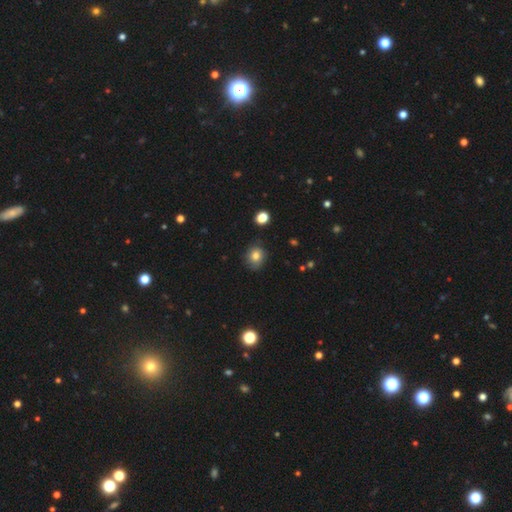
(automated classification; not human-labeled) Smooth or featured?
  - smooth: 79% *
  - star or artifact: 12%
  - featured or disk: 9%
How rounded?
  - round: 70% *
  - in between: 29%
  - cigar-shaped: 1%
Merging?
  - none: 80% *
  - minor disturbance: 15%
  - major disturbance: 3%
  - merger: 2%